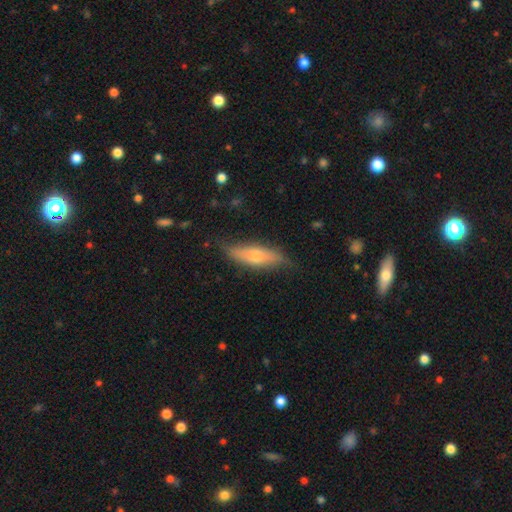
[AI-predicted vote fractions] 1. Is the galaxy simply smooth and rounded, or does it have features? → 50% smooth, 44% featured or disk, 6% star or artifact.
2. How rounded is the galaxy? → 57% cigar-shaped, 40% in between, 3% round.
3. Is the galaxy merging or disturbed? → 76% none, 19% minor disturbance, 4% major disturbance, 1% merger.